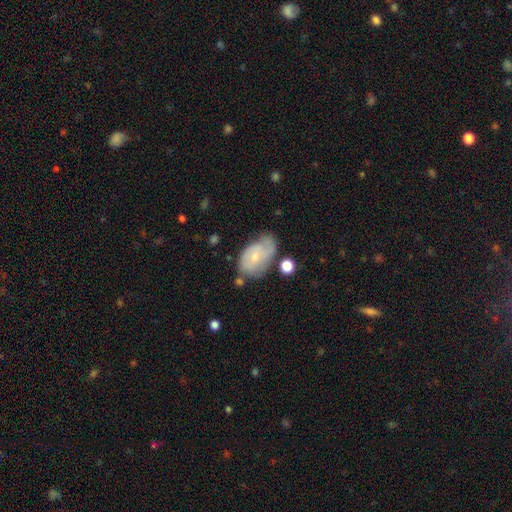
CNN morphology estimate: featured or disk 56%, smooth 37%, star or artifact 7%. Down the decision tree: edge-on disk — no (95%); bar — no (70%); spiral arms — yes (78%); bulge size — small (64%); merging — none (46%).